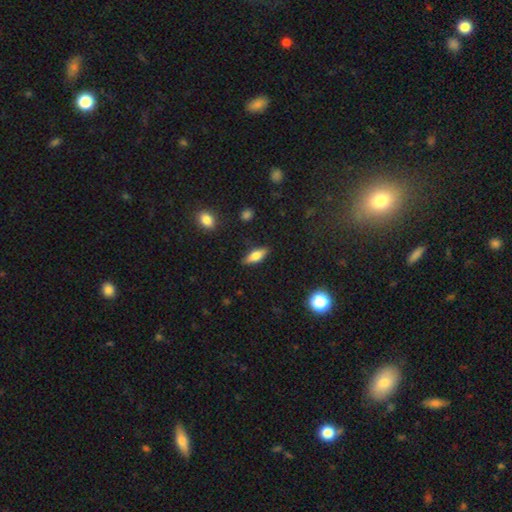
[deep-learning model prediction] A smooth galaxy with no disk features (60%) that is in between round and cigar-shaped (62%). Merging: none (86%).